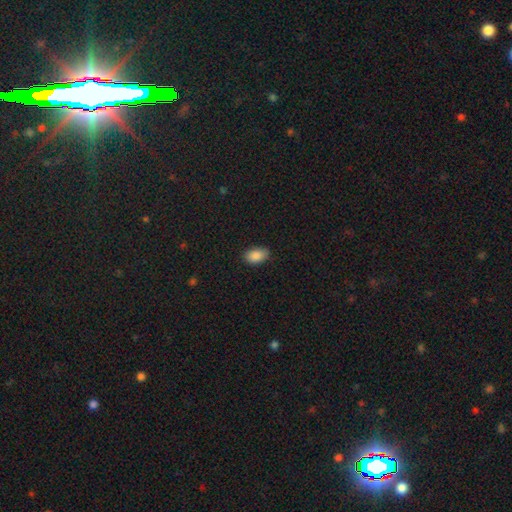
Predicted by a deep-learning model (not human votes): Smooth or featured? smooth (88%)
How rounded? in between (89%)
Merging? none (81%)